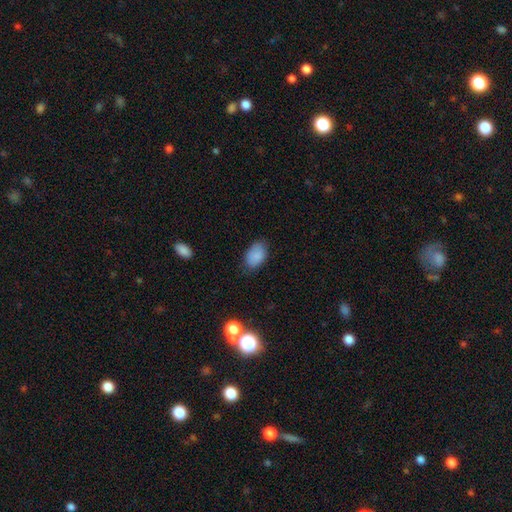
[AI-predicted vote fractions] This is clearly a smooth galaxy (87%). How rounded: clearly in between (91%). Merging: likely none (77%).